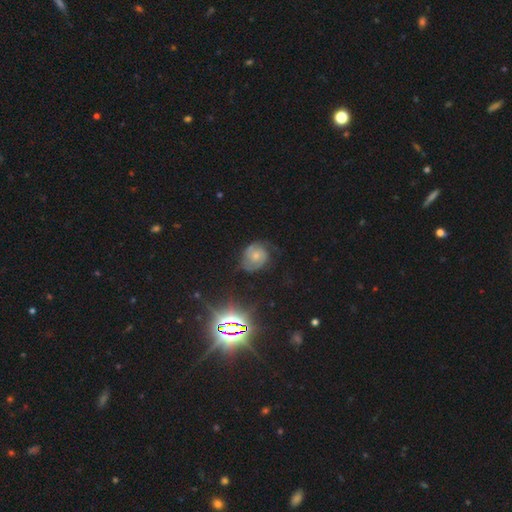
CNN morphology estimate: smooth-or-featured: featured or disk: 66% | smooth: 21% | star or artifact: 13%
  disk-edge-on: no: 97% | yes: 3%
    bar: no: 72% | weak: 24% | strong: 4%
    has-spiral-arms: yes: 91% | no: 9%
      spiral-winding: tight: 49% | medium: 39% | loose: 12%
      spiral-arm-count: 2: 63% | can't tell: 19% | 3: 9% | 1: 4% | 4: 2% | more than 4: 2%
    bulge-size: small: 45% | moderate: 43% | none: 7% | large: 4% | dominant: 1%
  merging: none: 64% | minor disturbance: 24% | major disturbance: 11% | merger: 2%